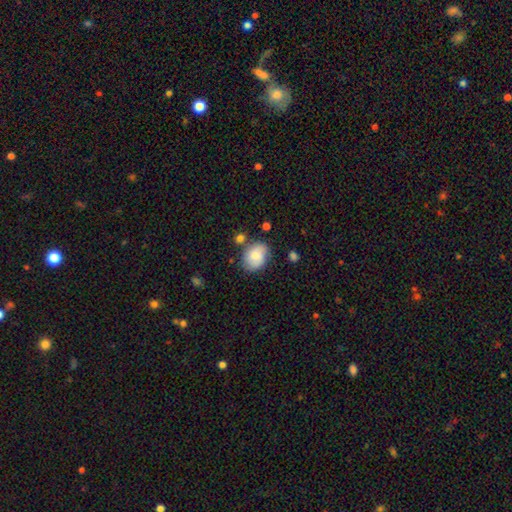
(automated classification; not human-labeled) This is likely a smooth galaxy (79%). How rounded: likely in between (67%). Merging: likely none (69%).